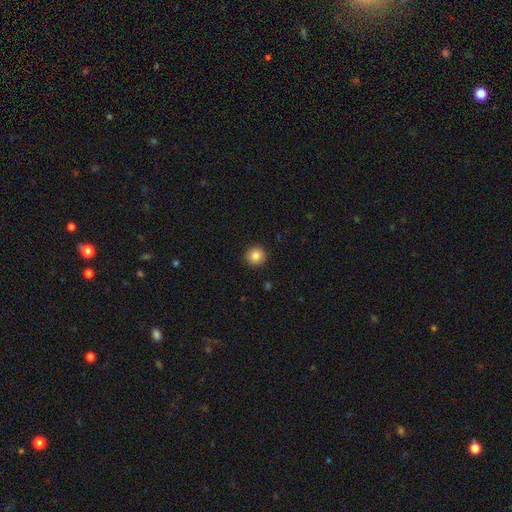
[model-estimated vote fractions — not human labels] This appears to be a smooth galaxy with no disk features (84%) that is round (95%). Merging: none (92%).